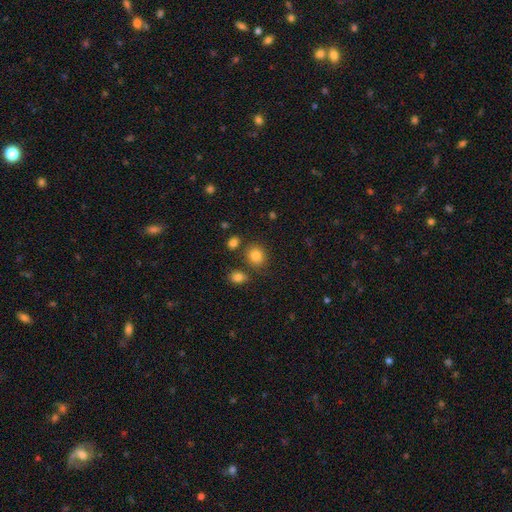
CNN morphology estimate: Smooth or featured? smooth (84%)
How rounded? round (67%)
Merging? none (76%)